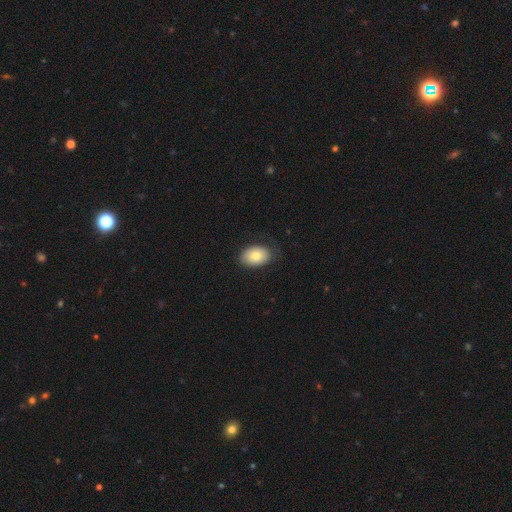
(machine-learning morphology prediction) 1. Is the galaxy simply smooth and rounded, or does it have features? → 79% smooth, 14% featured or disk, 7% star or artifact.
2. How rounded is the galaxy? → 85% in between, 14% round, 1% cigar-shaped.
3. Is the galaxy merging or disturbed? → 81% none, 15% minor disturbance, 3% major disturbance, 1% merger.